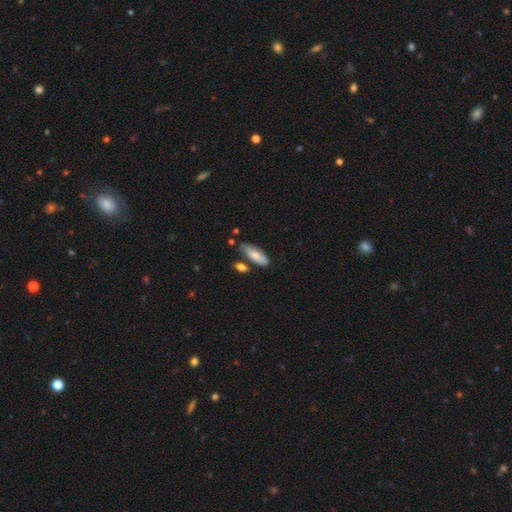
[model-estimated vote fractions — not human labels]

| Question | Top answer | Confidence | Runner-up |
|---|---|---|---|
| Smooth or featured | smooth | 76% | featured or disk (19%) |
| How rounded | in between | 70% | cigar-shaped (28%) |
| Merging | none | 67% | minor disturbance (19%) |